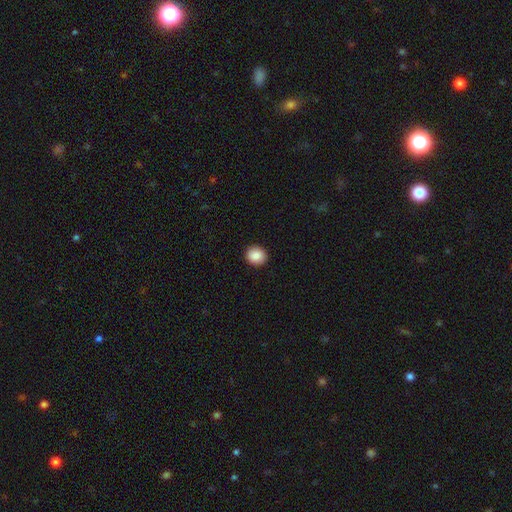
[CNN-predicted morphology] Q: Smooth or featured?
A: smooth (87%); runner-up: star or artifact (8%)
Q: How rounded?
A: round (78%); runner-up: in between (21%)
Q: Merging?
A: none (92%); runner-up: minor disturbance (5%)